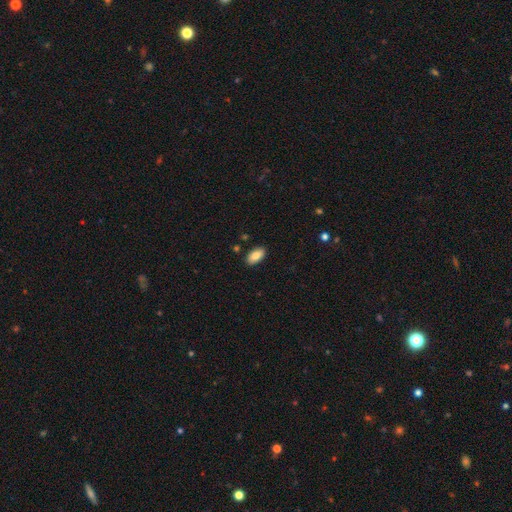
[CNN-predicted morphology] This appears to be a smooth galaxy with no disk features (85%) that is in between round and cigar-shaped (94%). Merging: none (88%).